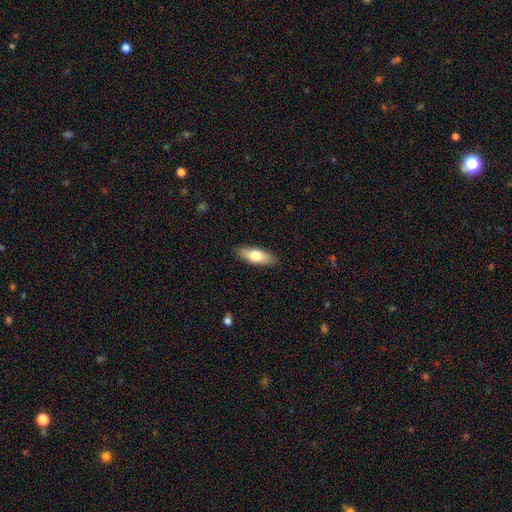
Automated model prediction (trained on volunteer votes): Q: Smooth or featured?
A: smooth (72%); runner-up: featured or disk (22%)
Q: How rounded?
A: in between (69%); runner-up: cigar-shaped (28%)
Q: Merging?
A: none (88%); runner-up: minor disturbance (9%)